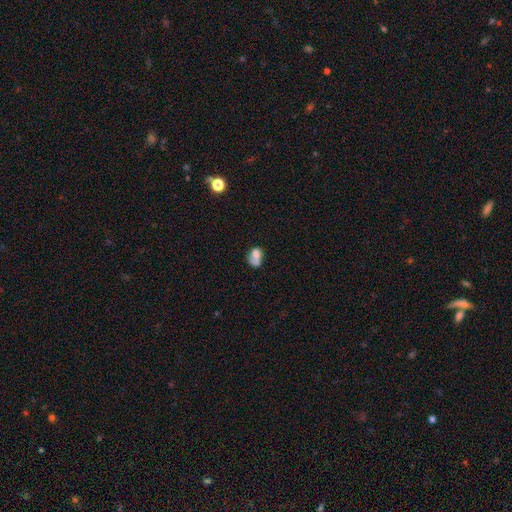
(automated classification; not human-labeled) A smooth galaxy with no disk features (64%) that is in between round and cigar-shaped (69%).

Vote fractions:
- Smooth or featured? smooth: 64% / featured or disk: 25% / star or artifact: 11%
- How rounded? in between: 69% / round: 29% / cigar-shaped: 2%
- Merging? merger: 33% / none: 28% / major disturbance: 20% / minor disturbance: 19%